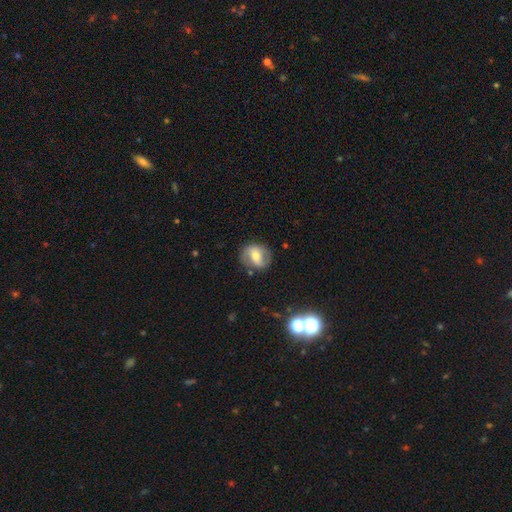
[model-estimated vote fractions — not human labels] This is possibly a featured or disk galaxy (57%). It is clearly not viewed edge-on (96%). Bar: marginally weak (40%). Spiral arm pattern: likely yes (78%). Central bulge: likely moderate (61%). Merging: likely none (77%).